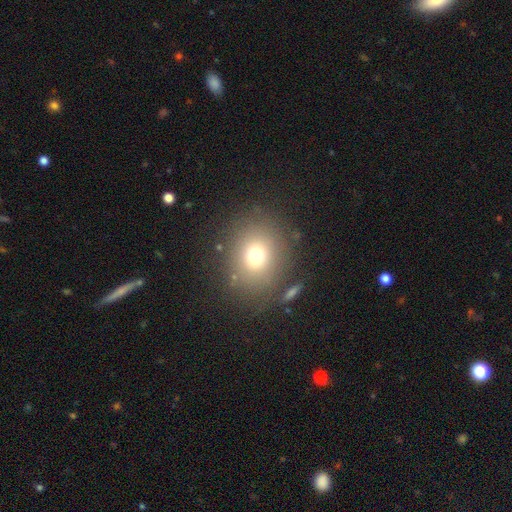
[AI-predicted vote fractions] smooth_or_featured: smooth (p=0.72) [alt: star or artifact p=0.15]
how_rounded: round (p=0.74) [alt: in between p=0.25]
merging: none (p=0.81) [alt: minor disturbance p=0.10]